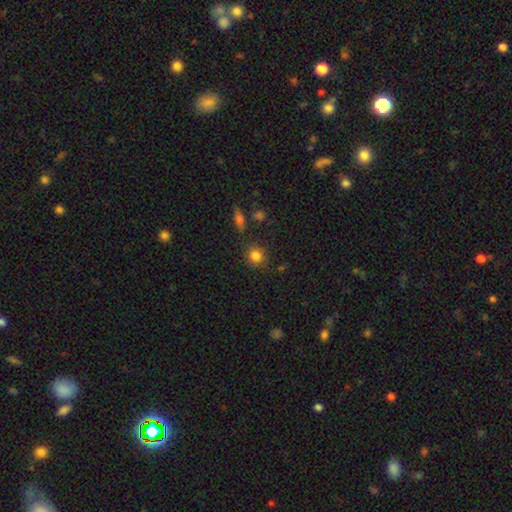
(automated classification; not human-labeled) This is clearly a smooth galaxy (82%). How rounded: clearly round (88%). Merging: clearly none (83%).